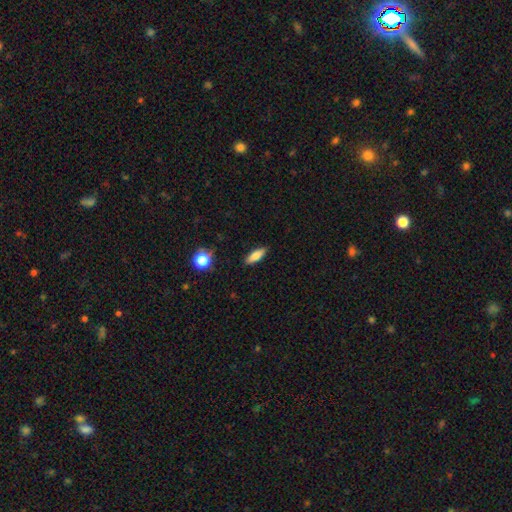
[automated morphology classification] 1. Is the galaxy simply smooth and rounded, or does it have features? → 79% smooth, 13% featured or disk, 8% star or artifact.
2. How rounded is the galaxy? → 61% in between, 36% cigar-shaped, 3% round.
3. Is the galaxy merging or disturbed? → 86% none, 10% minor disturbance, 2% major disturbance, 1% merger.